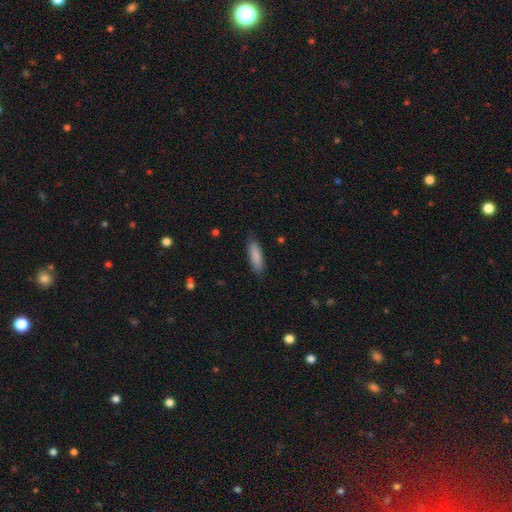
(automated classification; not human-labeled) A smooth galaxy with no disk features (87%) that is cigar-shaped (54%). Merging: none (85%).